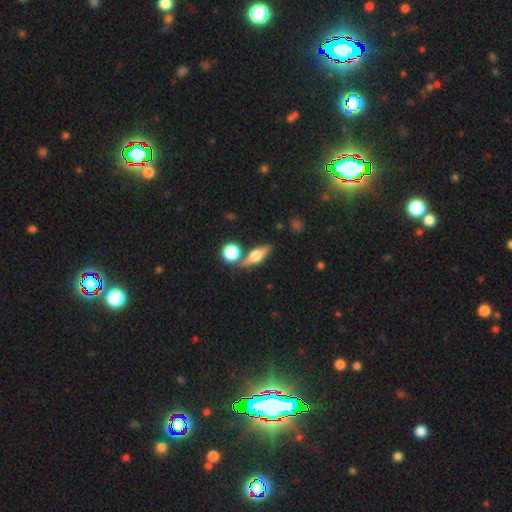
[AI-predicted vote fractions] Overall: featured or disk (60%; smooth 32%). Edge-on disk: yes (93%). Edge-on bulge: rounded (94%). Merging: none (75%).